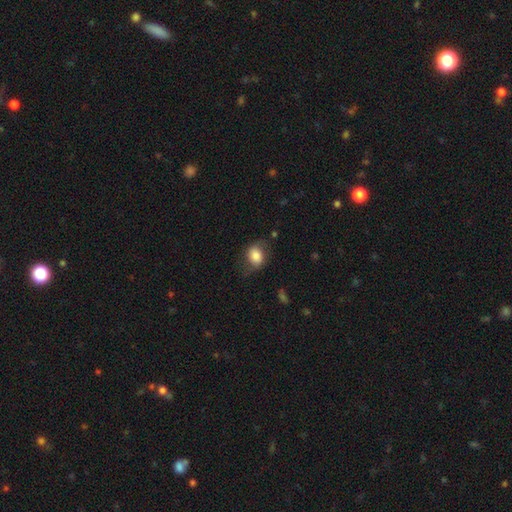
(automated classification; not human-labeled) Smooth or featured? smooth (71%)
How rounded? in between (58%)
Merging? none (61%)